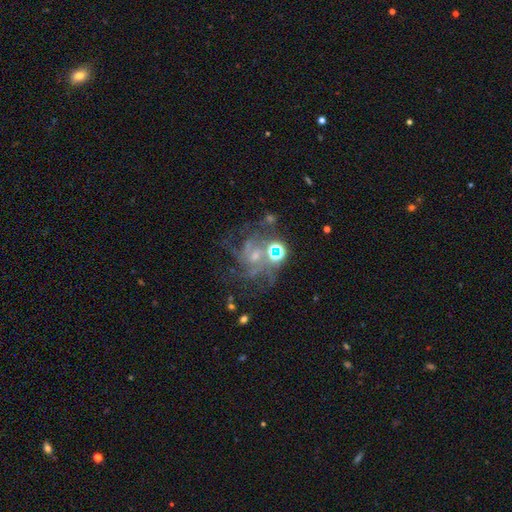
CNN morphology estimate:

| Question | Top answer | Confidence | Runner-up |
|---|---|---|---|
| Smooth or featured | featured or disk | 69% | star or artifact (20%) |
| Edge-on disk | no | 98% | yes (2%) |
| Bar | no | 67% | weak (27%) |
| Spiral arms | yes | 86% | no (14%) |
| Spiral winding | medium | 45% | tight (38%) |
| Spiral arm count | can't tell | 33% | 3 (24%) |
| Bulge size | small | 55% | moderate (30%) |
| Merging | none | 49% | major disturbance (24%) |